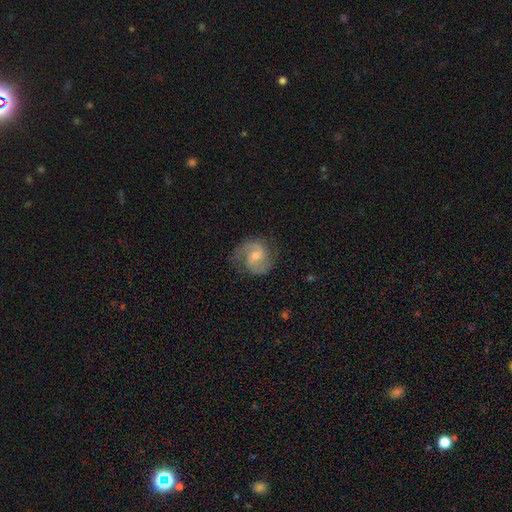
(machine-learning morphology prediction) smooth_or_featured: featured or disk (p=0.81) [alt: smooth p=0.13]
disk_edge_on: no (p=0.98) [alt: yes p=0.02]
bar: weak (p=0.50) [alt: no p=0.40]
has_spiral_arms: yes (p=0.96) [alt: no p=0.04]
spiral_winding: medium (p=0.53) [alt: loose p=0.25]
spiral_arm_count: 2 (p=0.86) [alt: 1 p=0.06]
bulge_size: moderate (p=0.49) [alt: small p=0.45]
merging: none (p=0.74) [alt: minor disturbance p=0.18]